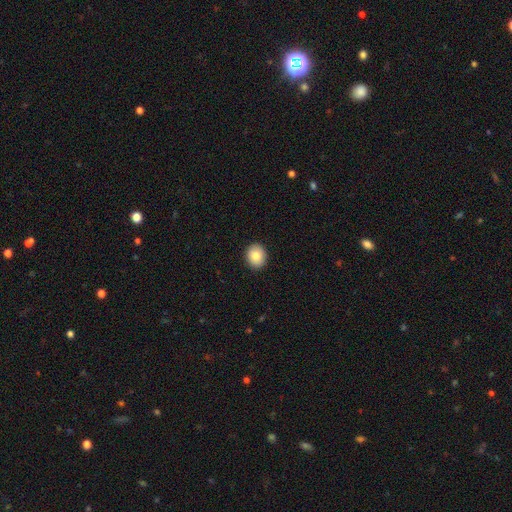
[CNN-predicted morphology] Smooth or featured?
  - smooth: 83% *
  - featured or disk: 9%
  - star or artifact: 8%
How rounded?
  - round: 61% *
  - in between: 38%
  - cigar-shaped: 1%
Merging?
  - none: 92% *
  - minor disturbance: 6%
  - major disturbance: 2%
  - merger: 1%